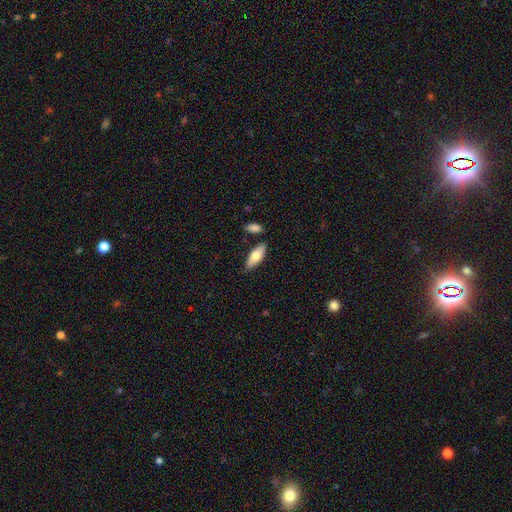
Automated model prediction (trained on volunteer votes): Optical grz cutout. It shows a smooth galaxy with no disk features (74%) that is in between round and cigar-shaped (68%). Merging: none (78%).